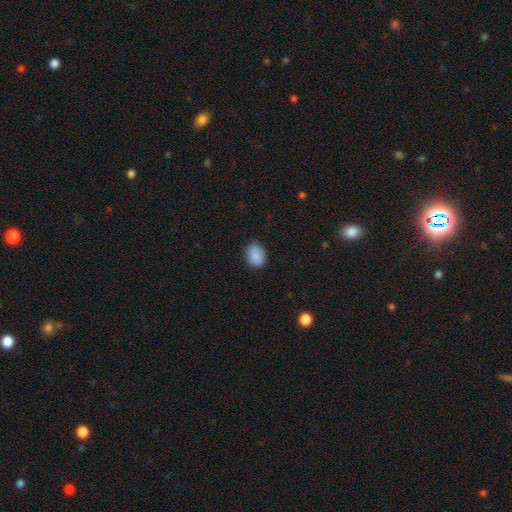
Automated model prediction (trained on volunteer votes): Morphology: type=smooth (88%); roundness=in between (57%); merging=none (80%).